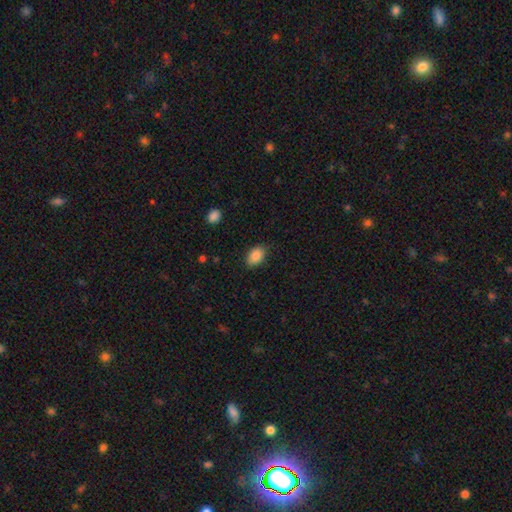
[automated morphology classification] Smooth or featured? smooth (87%)
How rounded? in between (86%)
Merging? none (84%)